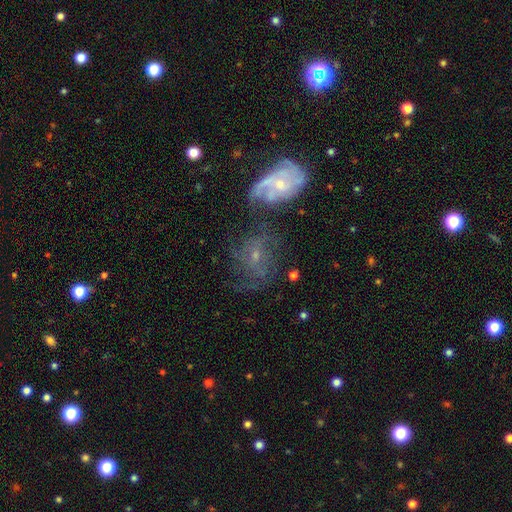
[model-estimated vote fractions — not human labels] Smooth or featured: featured or disk — 67% (smooth — 17%)
Edge-on disk: no — 95% (yes — 5%)
Bar: no — 59% (weak — 33%)
Spiral arms: yes — 82% (no — 18%)
Spiral winding: medium — 40% (tied with tight — 40%)
Spiral arm count: can't tell — 42% (3 — 20%)
Bulge size: small — 66% (moderate — 27%)
Merging: none — 45% (merger — 21%)